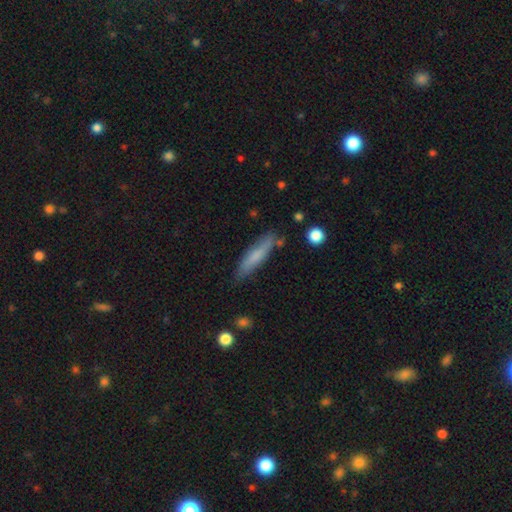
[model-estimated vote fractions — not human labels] Smooth or featured: smooth — 69% (featured or disk — 25%)
How rounded: cigar-shaped — 85% (in between — 13%)
Merging: none — 78% (minor disturbance — 16%)